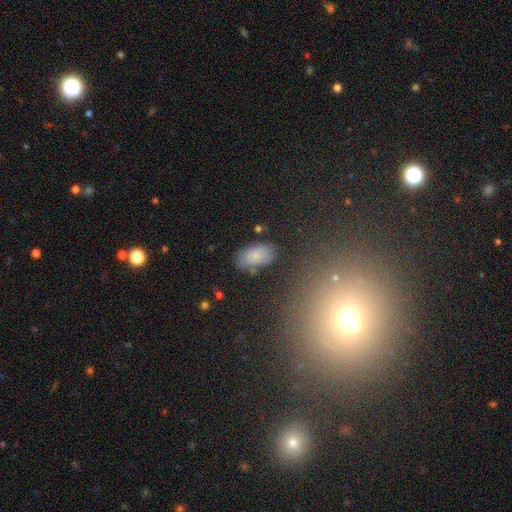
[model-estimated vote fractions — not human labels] This appears to be a smooth galaxy with no disk features (74%) that is in between round and cigar-shaped (93%). Merging: none (70%).